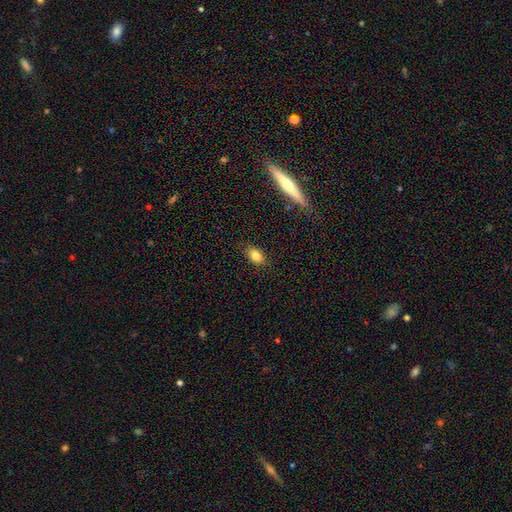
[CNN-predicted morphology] The model was most divided on "how rounded": in between: 81%, round: 17%, cigar-shaped: 3%. More confident: merging — none (85%); smooth or featured — smooth (83%).